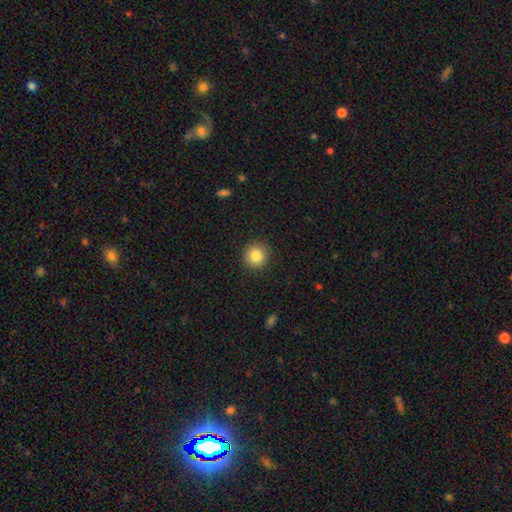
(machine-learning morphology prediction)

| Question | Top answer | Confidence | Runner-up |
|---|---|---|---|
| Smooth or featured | smooth | 84% | star or artifact (10%) |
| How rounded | round | 93% | in between (6%) |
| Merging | none | 91% | minor disturbance (6%) |